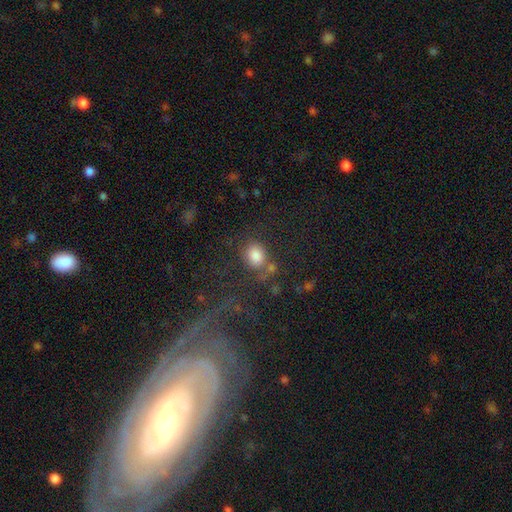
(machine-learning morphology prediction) This appears to be a smooth galaxy with no disk features (80%) that is round (57%). Merging: none (57%).